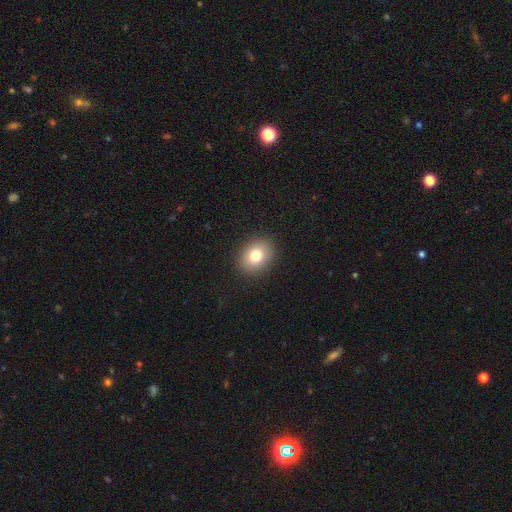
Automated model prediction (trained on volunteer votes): Smooth or featured? Predicted: smooth (p=0.80). How rounded? Predicted: in between (p=0.55). Merging? Predicted: none (p=0.90).